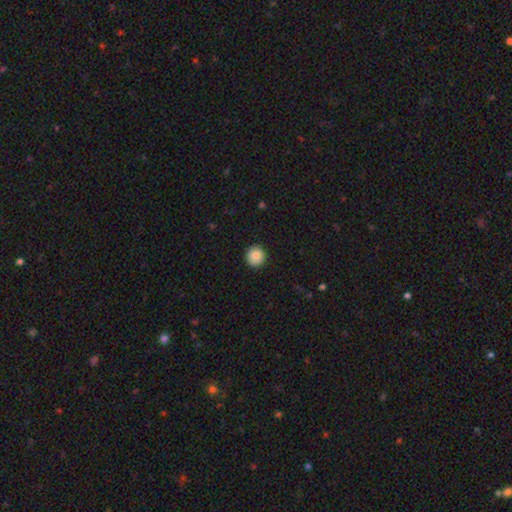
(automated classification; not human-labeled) Q: Smooth or featured?
A: smooth (84%); runner-up: featured or disk (8%)
Q: How rounded?
A: round (94%); runner-up: in between (5%)
Q: Merging?
A: none (92%); runner-up: minor disturbance (6%)